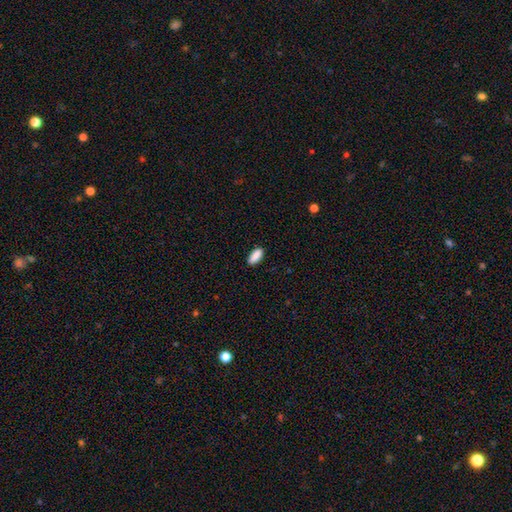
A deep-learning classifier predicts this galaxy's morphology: Overall: smooth (90%). How rounded: in between (85%). Merging: none (88%).